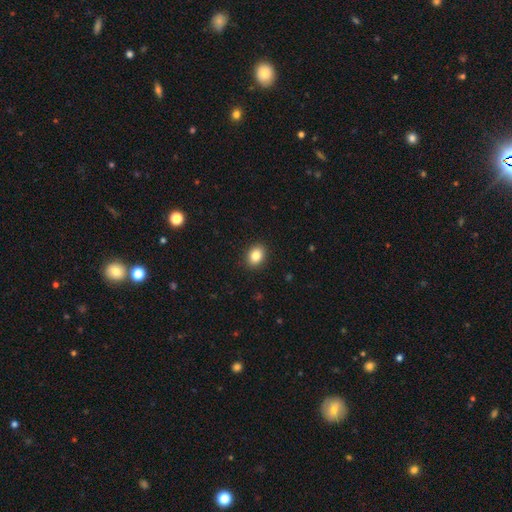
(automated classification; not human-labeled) smooth_or_featured: smooth (p=0.85) [alt: star or artifact p=0.09]
how_rounded: in between (p=0.61) [alt: round p=0.38]
merging: none (p=0.91) [alt: minor disturbance p=0.07]